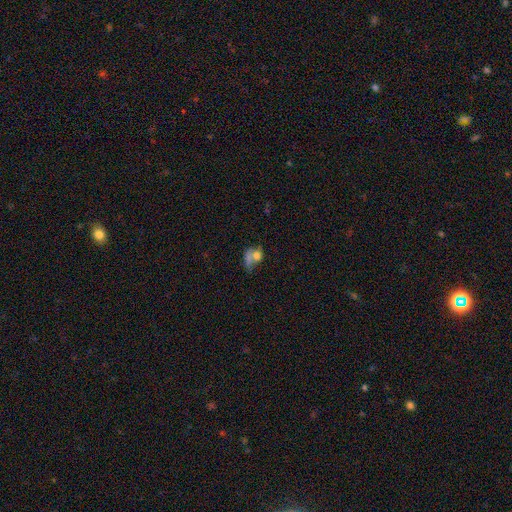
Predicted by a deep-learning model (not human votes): smooth_or_featured: smooth (p=0.64) [alt: featured or disk p=0.23]
how_rounded: in between (p=0.54) [alt: round p=0.43]
merging: merger (p=0.31) [alt: major disturbance p=0.29]